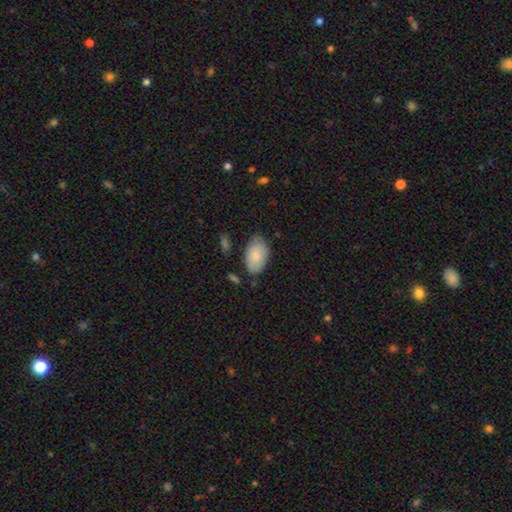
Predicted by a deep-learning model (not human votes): Smooth or featured: smooth — 85% (featured or disk — 10%)
How rounded: in between — 94% (round — 5%)
Merging: none — 72% (minor disturbance — 21%)